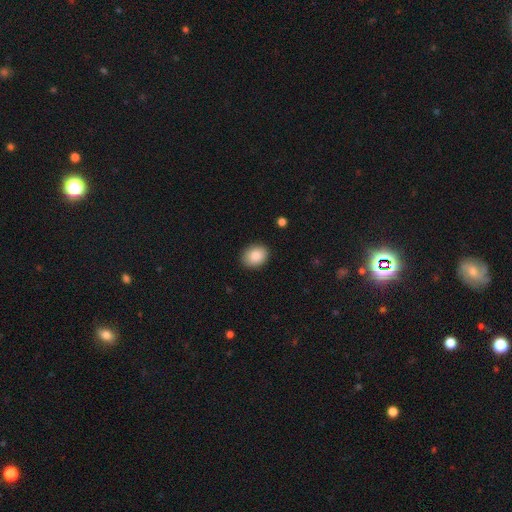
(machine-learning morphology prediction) Q: Smooth or featured?
A: smooth (87%); runner-up: star or artifact (8%)
Q: How rounded?
A: in between (57%); runner-up: round (43%)
Q: Merging?
A: none (89%); runner-up: minor disturbance (8%)